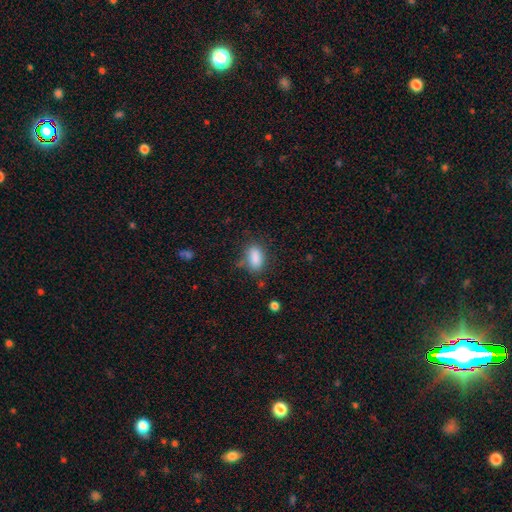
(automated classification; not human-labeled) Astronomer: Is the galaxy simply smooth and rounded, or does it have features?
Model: smooth — 86%.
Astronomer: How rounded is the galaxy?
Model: in between — 89%.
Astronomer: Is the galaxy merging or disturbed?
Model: none — 72%.